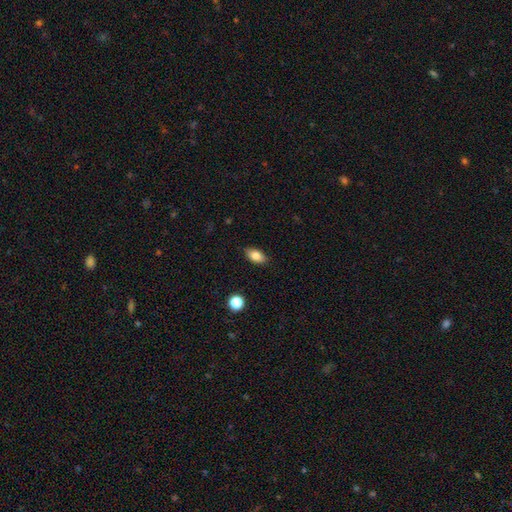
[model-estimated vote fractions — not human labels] Smooth or featured? smooth (83%)
How rounded? in between (90%)
Merging? none (87%)